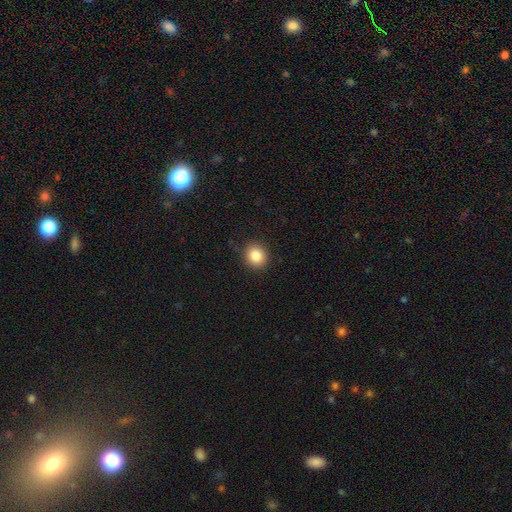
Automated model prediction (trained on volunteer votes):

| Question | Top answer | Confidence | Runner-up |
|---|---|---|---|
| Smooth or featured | smooth | 85% | star or artifact (10%) |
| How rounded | round | 86% | in between (13%) |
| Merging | none | 89% | minor disturbance (8%) |